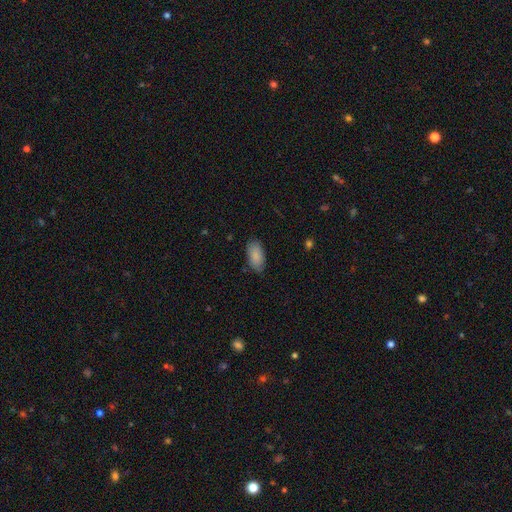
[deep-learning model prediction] Morphology: type=smooth (87%); roundness=in between (94%); merging=none (81%).